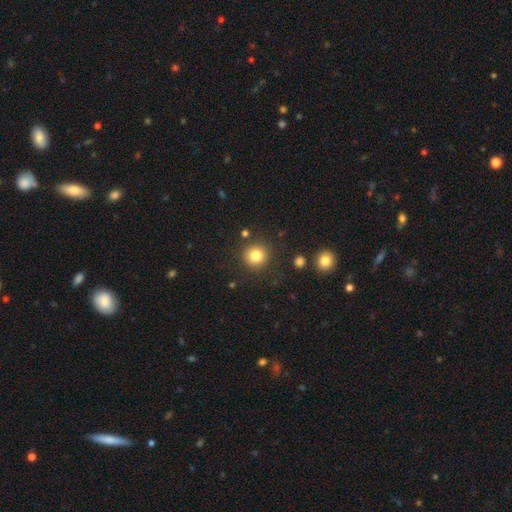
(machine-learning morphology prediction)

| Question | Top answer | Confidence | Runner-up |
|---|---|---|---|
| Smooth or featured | smooth | 81% | star or artifact (12%) |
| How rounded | round | 94% | in between (5%) |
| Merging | none | 88% | minor disturbance (7%) |